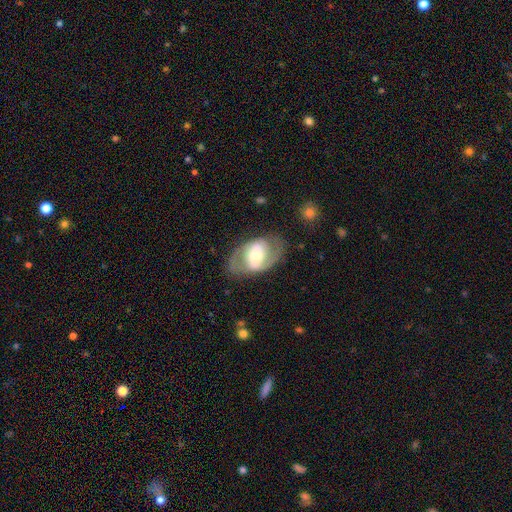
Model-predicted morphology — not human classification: This appears to be a featured or disk galaxy (73%) with a weak bar (40%), 2 (86%) medium (50%) spiral arms (78%) and a moderate central bulge (57%). Merging: none (75%).